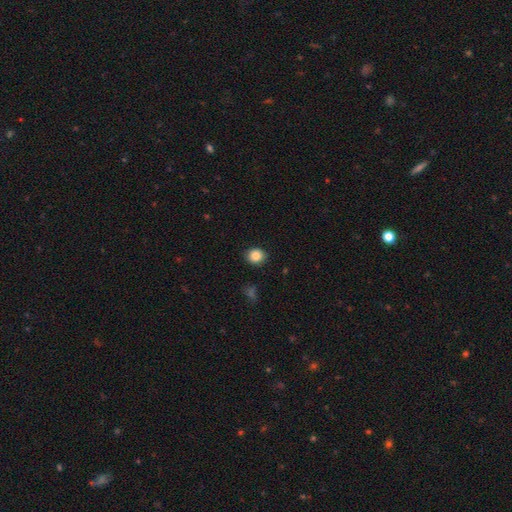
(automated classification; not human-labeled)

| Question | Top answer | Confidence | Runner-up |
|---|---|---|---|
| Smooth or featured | smooth | 85% | star or artifact (10%) |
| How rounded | round | 79% | in between (20%) |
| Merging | none | 90% | minor disturbance (7%) |